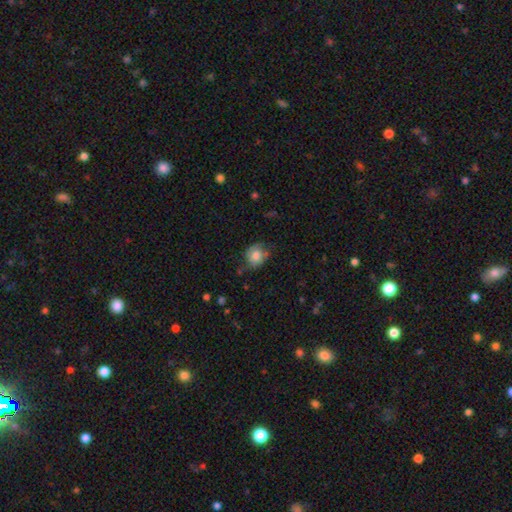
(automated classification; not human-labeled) Smooth or featured? smooth (72%)
How rounded? round (66%)
Merging? none (59%)